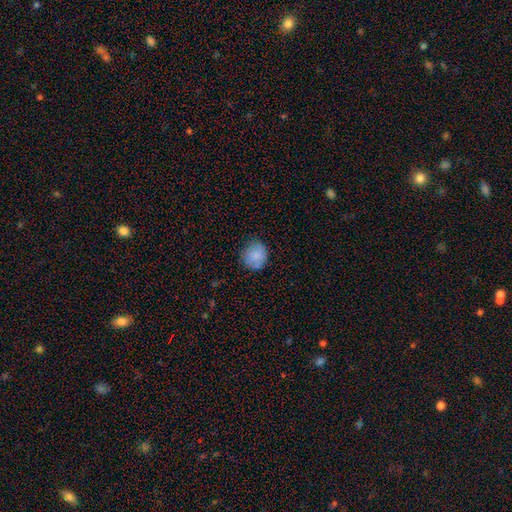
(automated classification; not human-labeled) This appears to be a smooth galaxy with no disk features (85%) that is round (84%). Merging: none (76%).